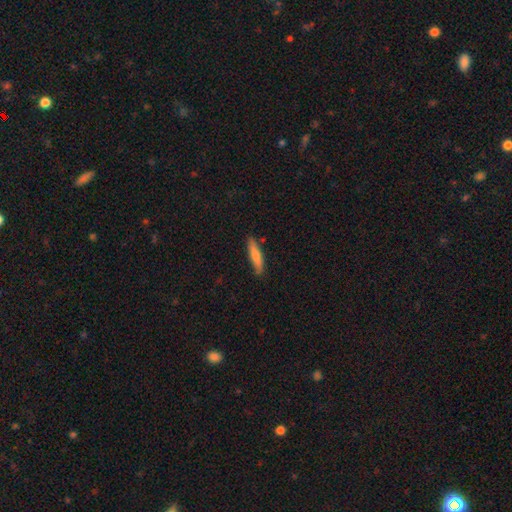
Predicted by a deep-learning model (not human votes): Overall: smooth (71%). How rounded: cigar-shaped (82%). Merging: none (81%).